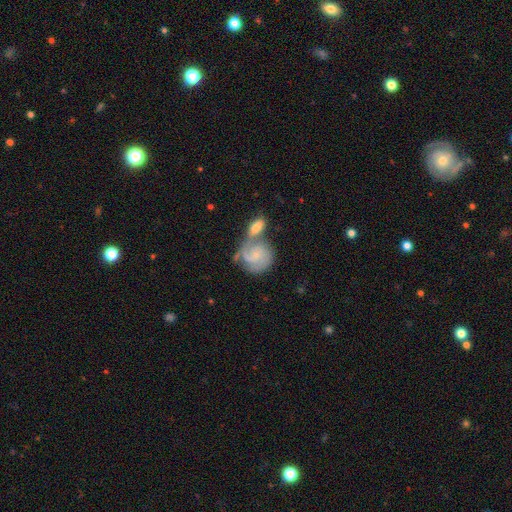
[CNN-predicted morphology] smooth_or_featured: featured or disk (p=0.75) [alt: smooth p=0.19]
disk_edge_on: no (p=0.97) [alt: yes p=0.03]
bar: no (p=0.66) [alt: weak p=0.29]
has_spiral_arms: yes (p=0.93) [alt: no p=0.07]
spiral_winding: tight (p=0.46) [alt: medium p=0.41]
spiral_arm_count: 2 (p=0.58) [alt: can't tell p=0.15]
bulge_size: small (p=0.72) [alt: moderate p=0.16]
merging: merger (p=0.49) [alt: none p=0.30]